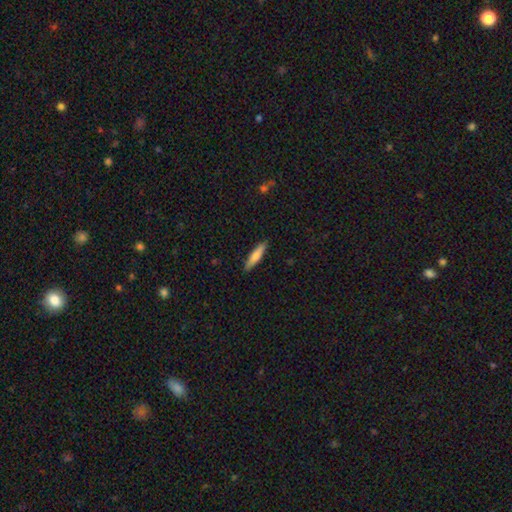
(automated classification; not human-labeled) Smooth or featured? smooth (70%)
How rounded? cigar-shaped (83%)
Merging? none (90%)